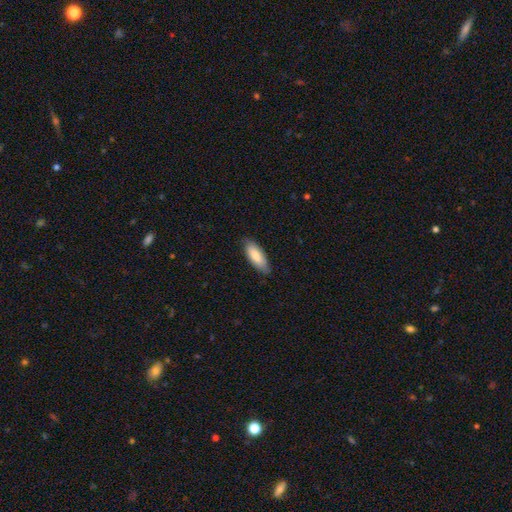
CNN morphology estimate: smooth-or-featured: smooth: 81% | featured or disk: 13% | star or artifact: 5%
  how-rounded: in between: 73% | cigar-shaped: 25% | round: 1%
  merging: none: 81% | minor disturbance: 16% | major disturbance: 2% | merger: 1%